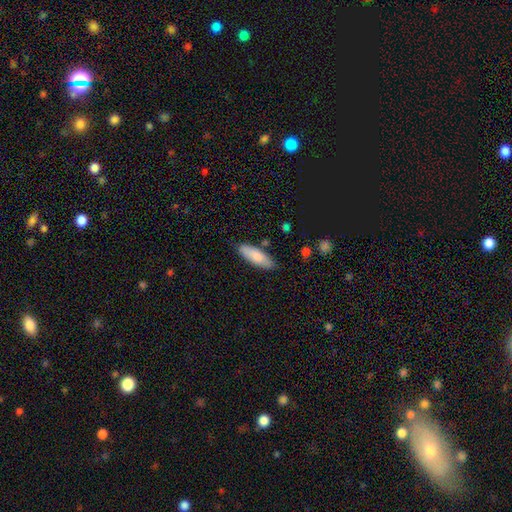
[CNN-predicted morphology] smooth-or-featured: smooth: 84% | featured or disk: 11% | star or artifact: 6%
  how-rounded: in between: 62% | cigar-shaped: 36% | round: 2%
  merging: none: 80% | minor disturbance: 15% | major disturbance: 3% | merger: 3%